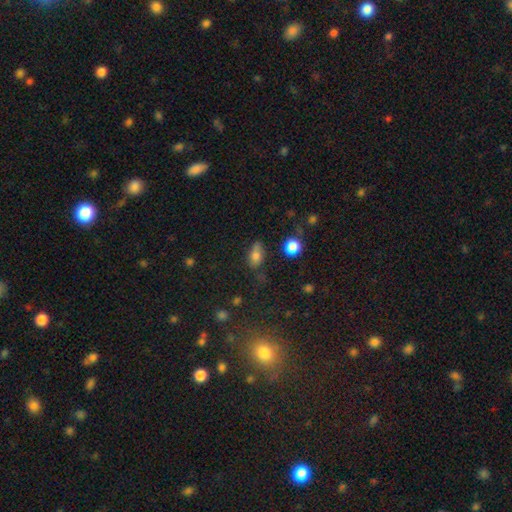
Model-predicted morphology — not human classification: Overall: smooth (74%). How rounded: in between (77%). Merging: none (54%; minor disturbance 27%).